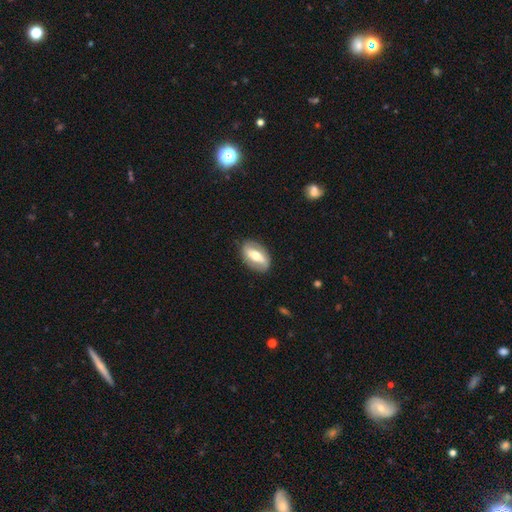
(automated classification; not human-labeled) Smooth or featured? Predicted: featured or disk (p=0.65). Edge-on disk? Predicted: no (p=0.90). Bar? Predicted: strong (p=0.56). Spiral arms? Predicted: yes (p=0.59). Bulge size? Predicted: moderate (p=0.71). Merging? Predicted: none (p=0.85).